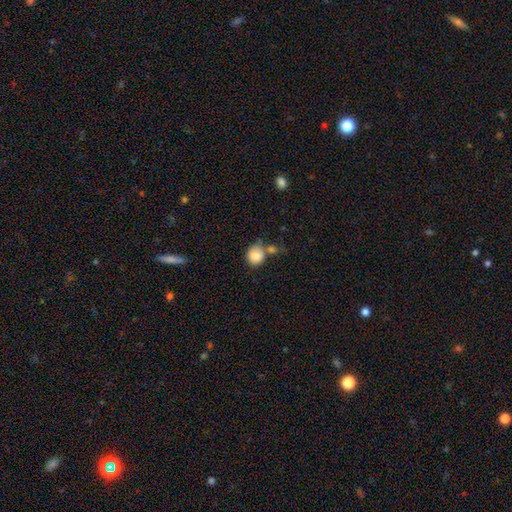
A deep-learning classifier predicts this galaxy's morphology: Smooth or featured: smooth — 83% (featured or disk — 9%)
How rounded: round — 76% (in between — 23%)
Merging: none — 45% (merger — 30%)